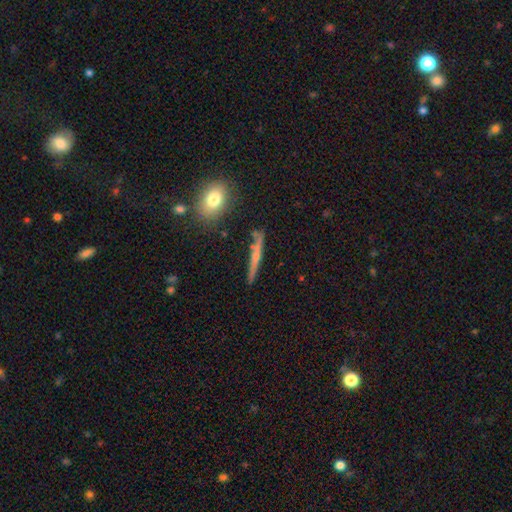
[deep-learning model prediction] A featured or disk galaxy (56%) viewed edge-on (94%) with a rounded central bulge (59%).

Vote fractions:
- Smooth or featured? featured or disk: 56% / smooth: 34% / star or artifact: 9%
- Edge-on disk? yes: 94% / no: 6%
- Edge-on bulge? rounded: 59% / none: 34% / boxy: 7%
- Merging? none: 83% / minor disturbance: 11% / merger: 3% / major disturbance: 3%